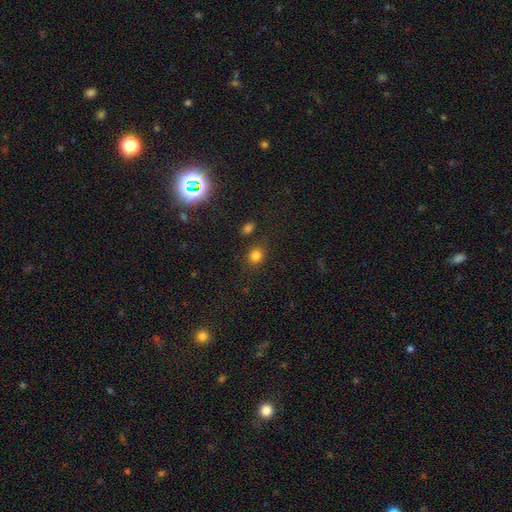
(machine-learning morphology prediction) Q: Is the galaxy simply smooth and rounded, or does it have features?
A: smooth — 80%.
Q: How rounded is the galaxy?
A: round — 72%.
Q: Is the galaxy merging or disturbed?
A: none — 79%.